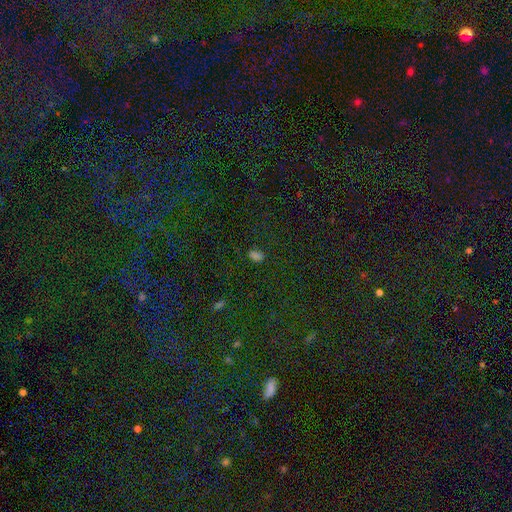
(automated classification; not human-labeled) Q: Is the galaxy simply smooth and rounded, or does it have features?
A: smooth — 69%.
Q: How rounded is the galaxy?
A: in between — 87%.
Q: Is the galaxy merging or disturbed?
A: none — 78%.